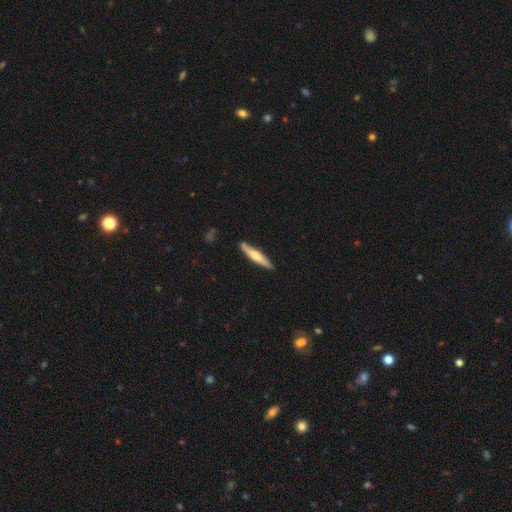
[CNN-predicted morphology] The model was most divided on "smooth or featured": smooth: 56%, featured or disk: 39%, star or artifact: 5%. More confident: how rounded — cigar-shaped (91%); merging — none (86%).